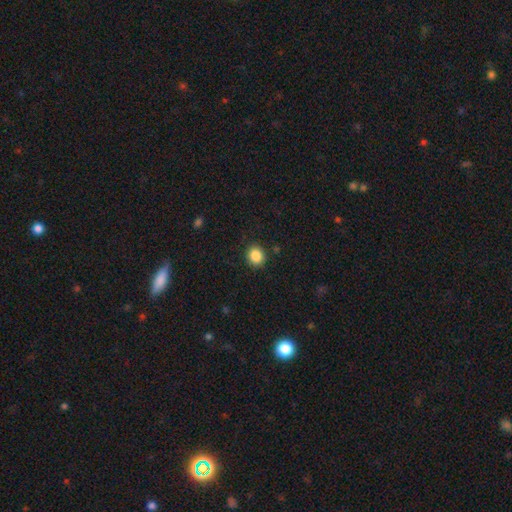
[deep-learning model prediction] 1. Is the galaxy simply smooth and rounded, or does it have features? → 86% smooth, 10% star or artifact, 4% featured or disk.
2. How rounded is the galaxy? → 79% round, 20% in between, 1% cigar-shaped.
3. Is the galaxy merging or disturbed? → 89% none, 7% minor disturbance, 2% major disturbance, 1% merger.